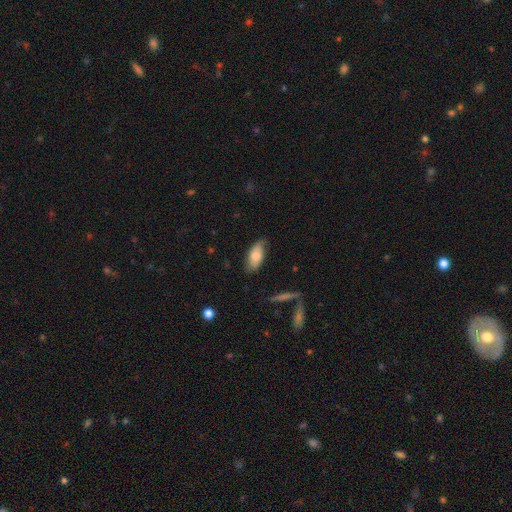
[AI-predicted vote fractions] Morphology: type=smooth (68%); roundness=in between (89%); merging=none (71%).